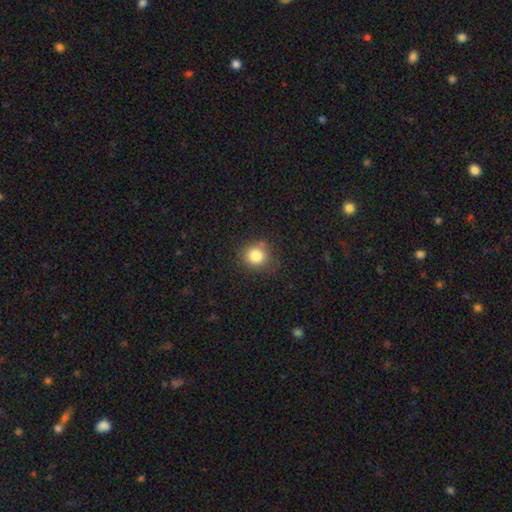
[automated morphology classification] Smooth or featured? smooth (83%)
How rounded? round (85%)
Merging? none (78%)